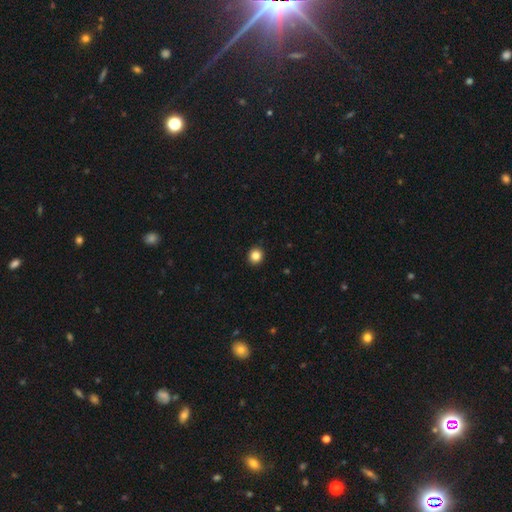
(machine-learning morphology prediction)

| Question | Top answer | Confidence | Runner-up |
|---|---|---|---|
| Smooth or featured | smooth | 85% | star or artifact (11%) |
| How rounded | round | 88% | in between (11%) |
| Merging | none | 93% | minor disturbance (4%) |